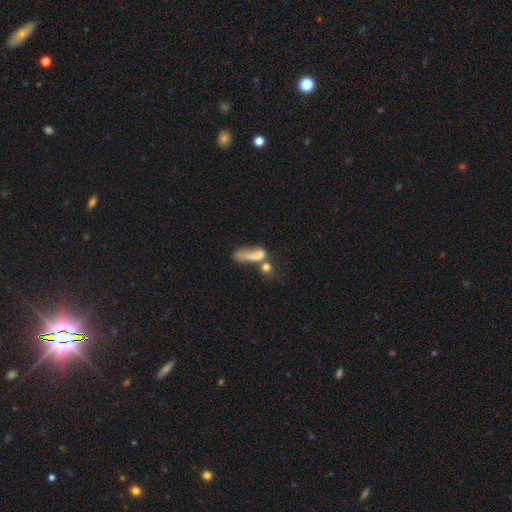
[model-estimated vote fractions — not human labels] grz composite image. It shows a smooth galaxy with no disk features (62%) that is in between round and cigar-shaped (53%). Merging: merger (37%).